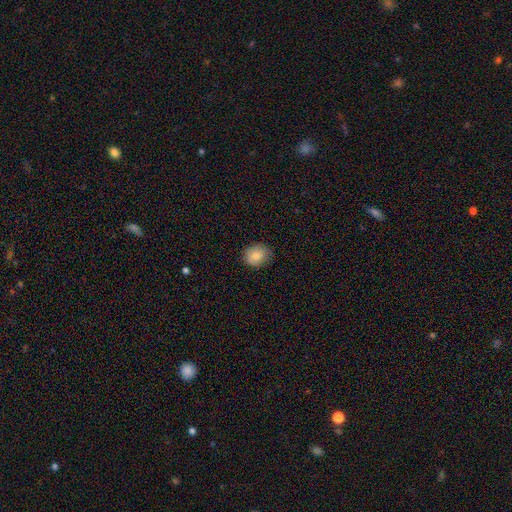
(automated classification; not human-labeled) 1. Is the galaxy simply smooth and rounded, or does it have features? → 83% smooth, 9% featured or disk, 8% star or artifact.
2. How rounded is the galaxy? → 61% round, 38% in between, 1% cigar-shaped.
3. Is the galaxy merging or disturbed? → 78% none, 18% minor disturbance, 3% major disturbance, 1% merger.